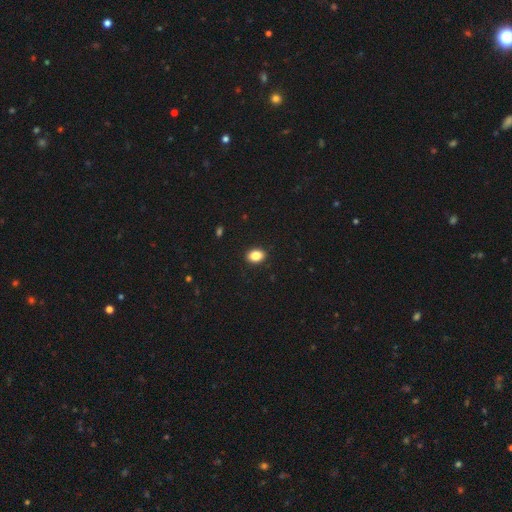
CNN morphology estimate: A smooth galaxy with no disk features (86%) that is in between round and cigar-shaped (74%). Merging: none (91%).